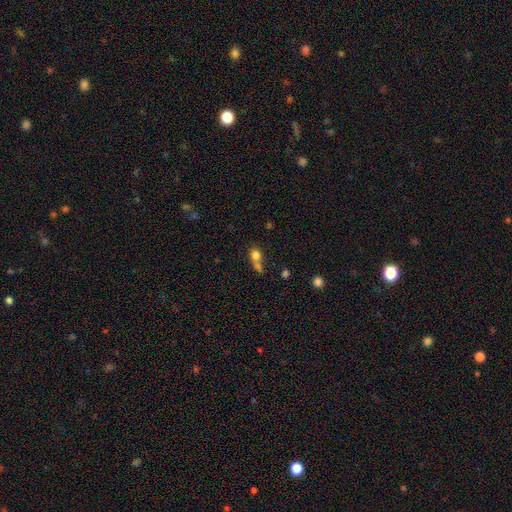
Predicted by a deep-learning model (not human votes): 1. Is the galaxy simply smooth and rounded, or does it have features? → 70% smooth, 16% star or artifact, 14% featured or disk.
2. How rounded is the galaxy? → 55% round, 40% in between, 6% cigar-shaped.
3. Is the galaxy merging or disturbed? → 43% merger, 38% none, 11% minor disturbance, 8% major disturbance.